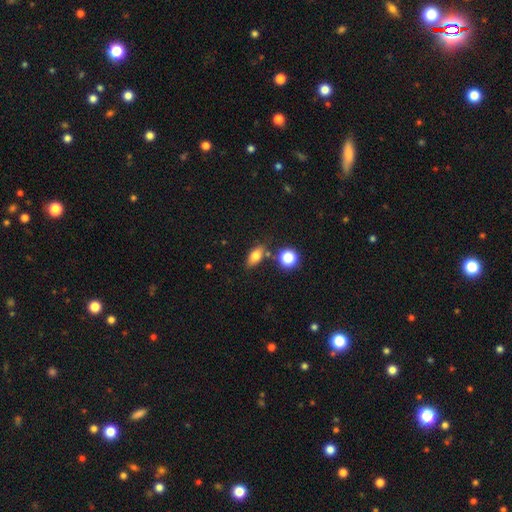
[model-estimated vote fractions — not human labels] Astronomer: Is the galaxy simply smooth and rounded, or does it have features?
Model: smooth — 76%.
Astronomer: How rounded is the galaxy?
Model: in between — 78%.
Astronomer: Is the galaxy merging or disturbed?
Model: none — 74%.